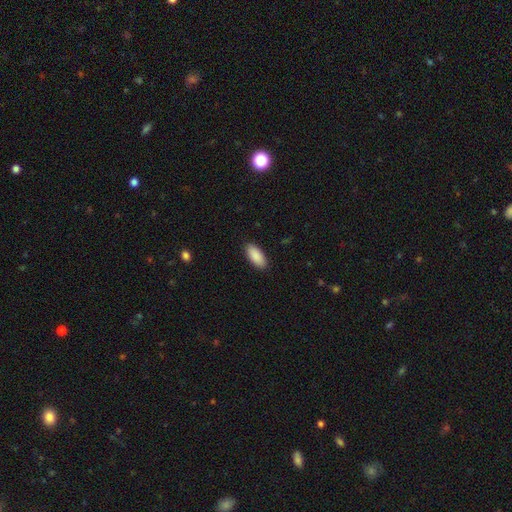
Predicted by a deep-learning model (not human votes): Smooth or featured? Predicted: smooth (p=0.91). How rounded? Predicted: in between (p=0.88). Merging? Predicted: none (p=0.89).